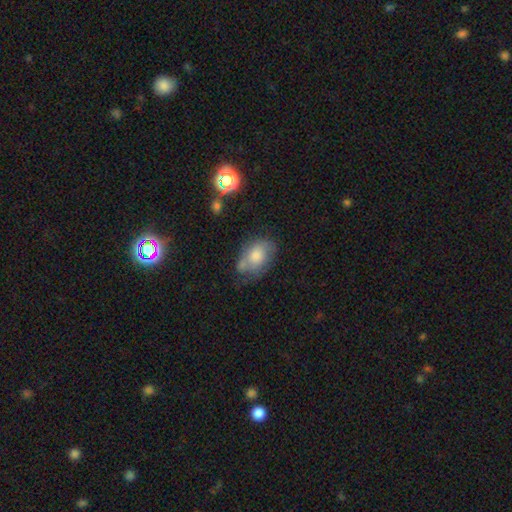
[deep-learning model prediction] Morphology: type=smooth (64%); roundness=in between (82%); merging=none (50%).